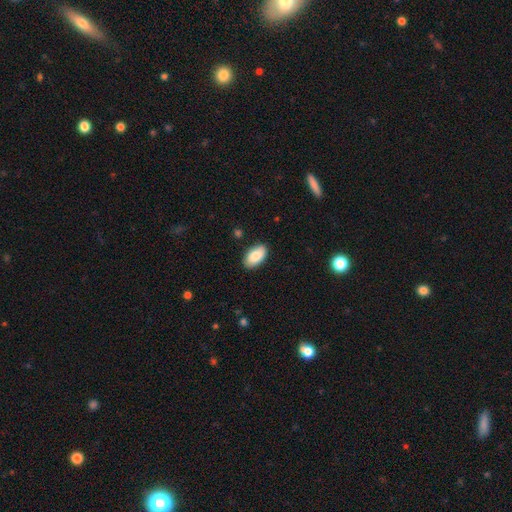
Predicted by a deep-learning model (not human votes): A smooth galaxy with no disk features (86%) that is in between round and cigar-shaped (95%).

Vote fractions:
- Smooth or featured? smooth: 86% / featured or disk: 8% / star or artifact: 6%
- How rounded? in between: 95% / round: 3% / cigar-shaped: 2%
- Merging? none: 88% / minor disturbance: 9% / major disturbance: 2% / merger: 1%